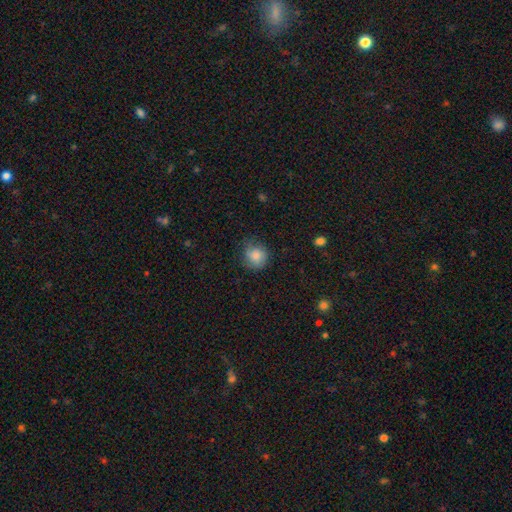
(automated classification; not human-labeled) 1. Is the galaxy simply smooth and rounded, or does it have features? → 84% smooth, 8% star or artifact, 8% featured or disk.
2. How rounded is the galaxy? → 82% round, 17% in between, 1% cigar-shaped.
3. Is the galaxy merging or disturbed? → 67% none, 25% minor disturbance, 7% major disturbance, 1% merger.